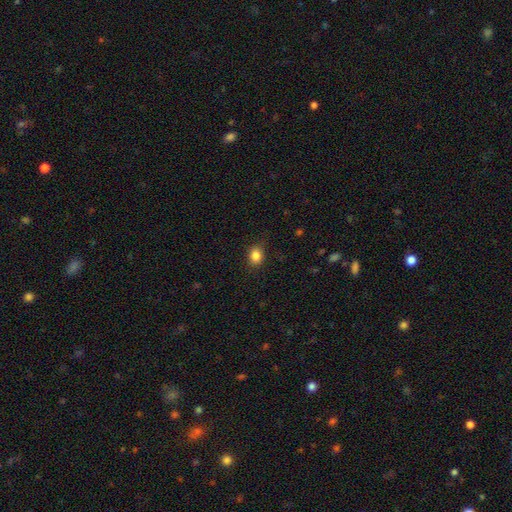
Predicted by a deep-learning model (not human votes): Overall: smooth (85%). How rounded: in between (57%; round 42%). Merging: none (82%).